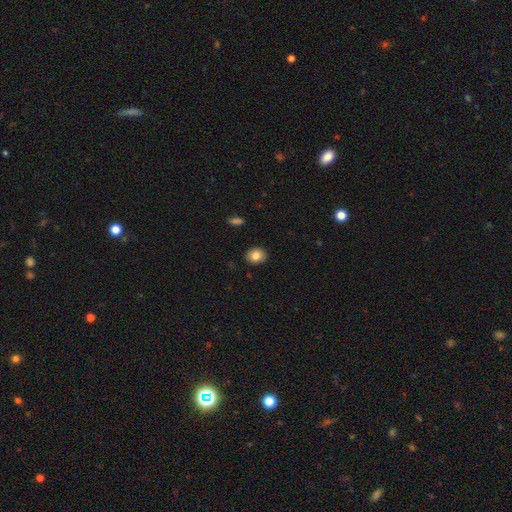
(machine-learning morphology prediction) The model was most divided on "how rounded": round: 53%, in between: 46%, cigar-shaped: 1%. More confident: merging — none (89%); smooth or featured — smooth (83%).